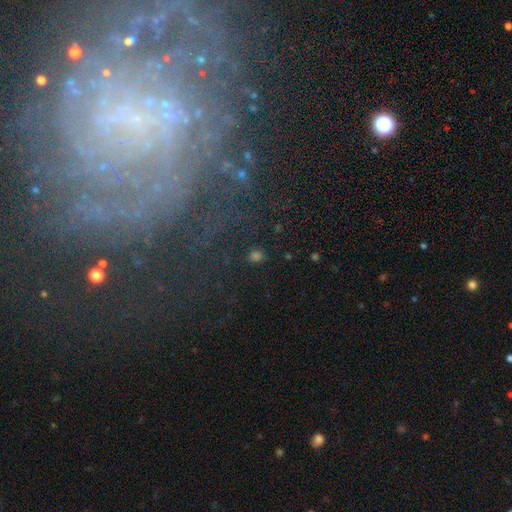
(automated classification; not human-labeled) Smooth or featured: smooth — 47% (star or artifact — 35%)
Merging: none — 81% (minor disturbance — 10%)